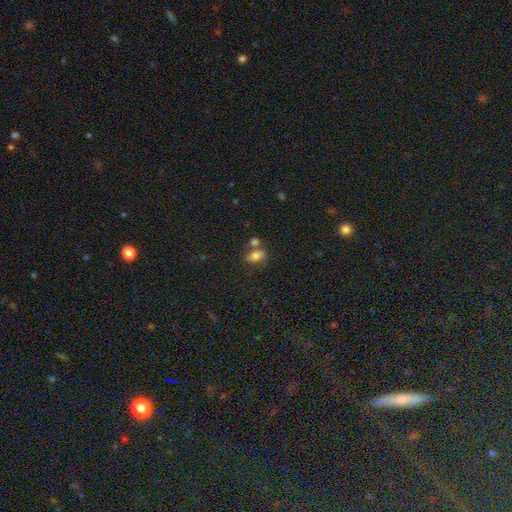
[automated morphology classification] This is likely a smooth galaxy (76%). How rounded: likely in between (78%). Merging: possibly none (51%).